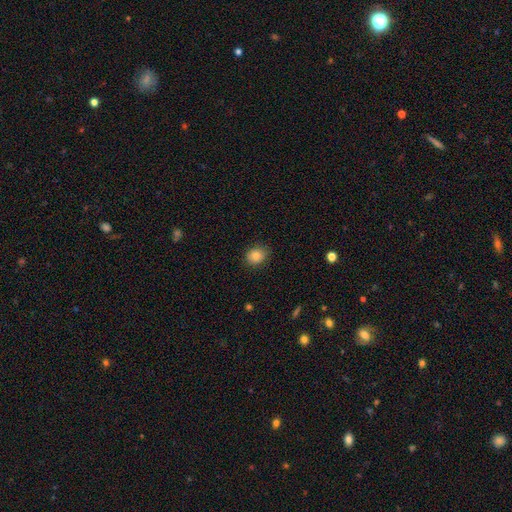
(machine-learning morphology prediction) smooth 84%, star or artifact 10%, featured or disk 6%. Down the decision tree: how rounded — round (68%); merging — none (83%).